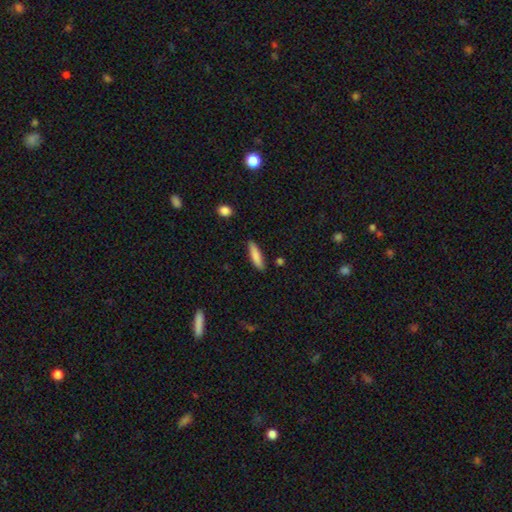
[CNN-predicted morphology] This is clearly a smooth galaxy (83%). How rounded: likely cigar-shaped (73%). Merging: clearly none (84%).